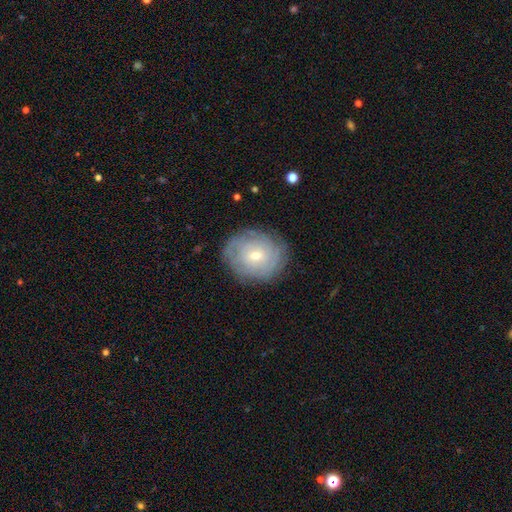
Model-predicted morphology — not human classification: Smooth or featured: featured or disk — 59% (smooth — 33%)
Edge-on disk: no — 96% (yes — 4%)
Bar: no — 68% (weak — 27%)
Spiral arms: yes — 76% (no — 24%)
Bulge size: small — 64% (moderate — 33%)
Merging: none — 82% (minor disturbance — 13%)